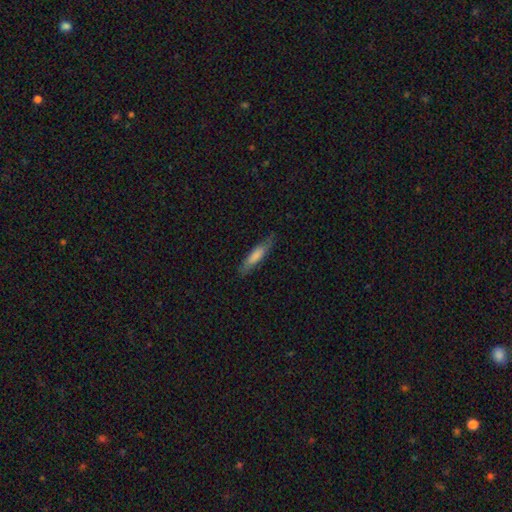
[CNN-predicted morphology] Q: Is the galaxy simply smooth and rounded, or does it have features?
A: smooth — 70%.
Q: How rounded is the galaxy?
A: cigar-shaped — 72%.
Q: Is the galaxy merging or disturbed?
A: none — 77%.